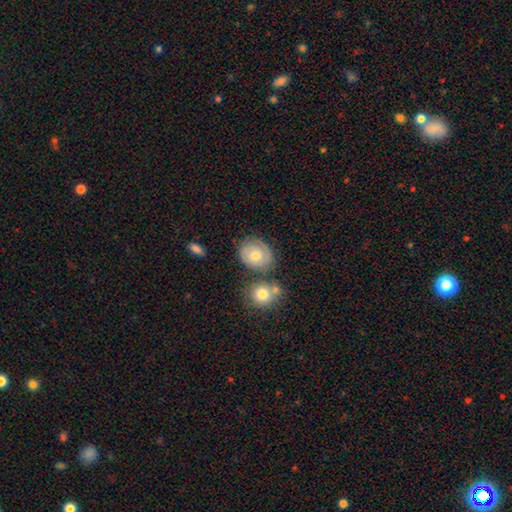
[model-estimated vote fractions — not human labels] Smooth or featured? smooth (50%)
How rounded? round (55%)
Merging? none (66%)